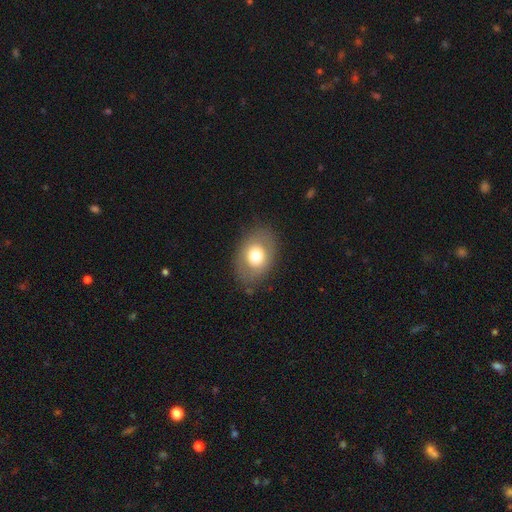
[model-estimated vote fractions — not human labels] smooth 67%, featured or disk 25%, star or artifact 8%. Down the decision tree: how rounded — in between (73%); merging — none (82%).